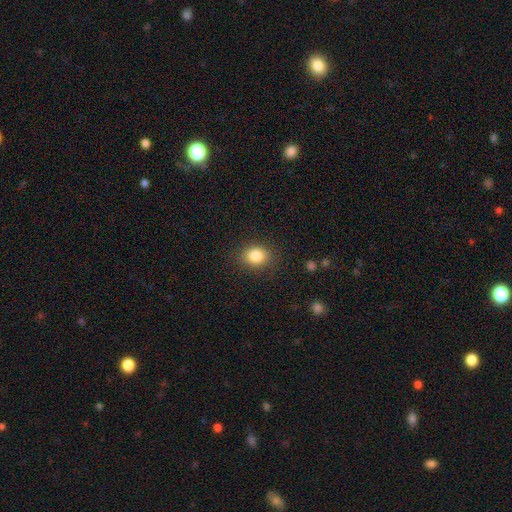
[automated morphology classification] Smooth or featured: smooth — 84% (star or artifact — 10%)
How rounded: round — 55% (in between — 44%)
Merging: none — 86% (minor disturbance — 10%)